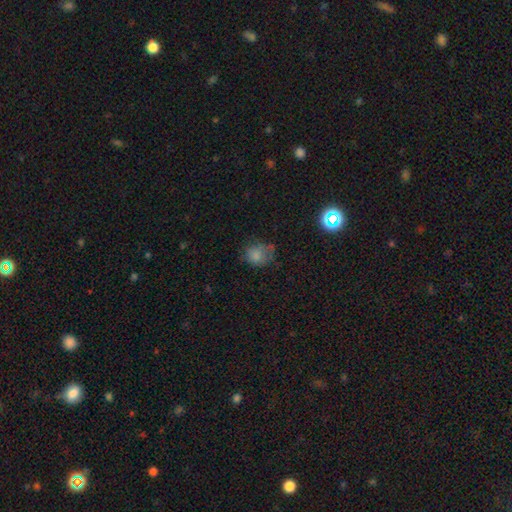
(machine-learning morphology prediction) type=smooth (71%); roundness=round (58%); merging=none (50%).